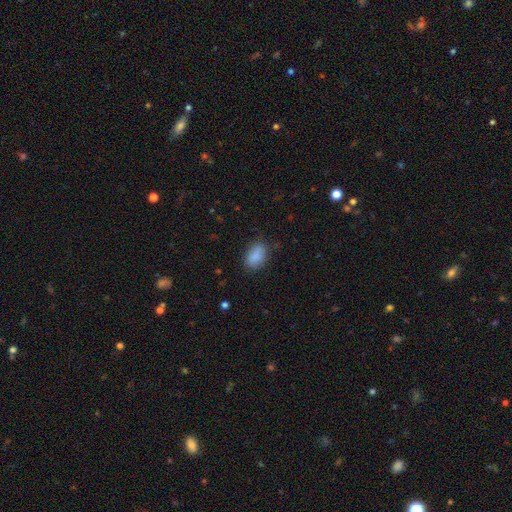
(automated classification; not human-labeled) The model was most divided on "merging": none: 78%, minor disturbance: 16%, major disturbance: 4%, merger: 1%. More confident: how rounded — in between (89%); smooth or featured — smooth (88%).